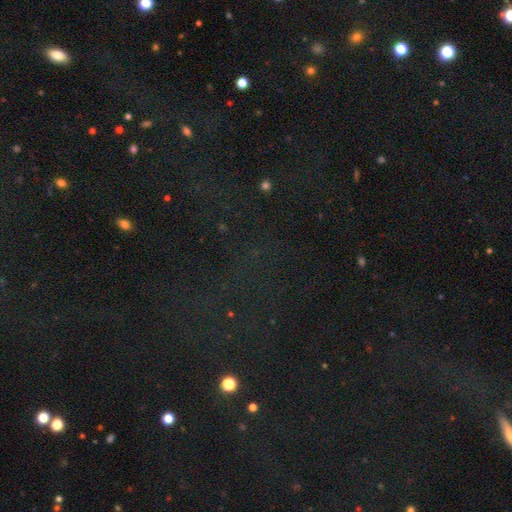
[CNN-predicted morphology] This appears to be a star or artifact, not a galaxy (73%).